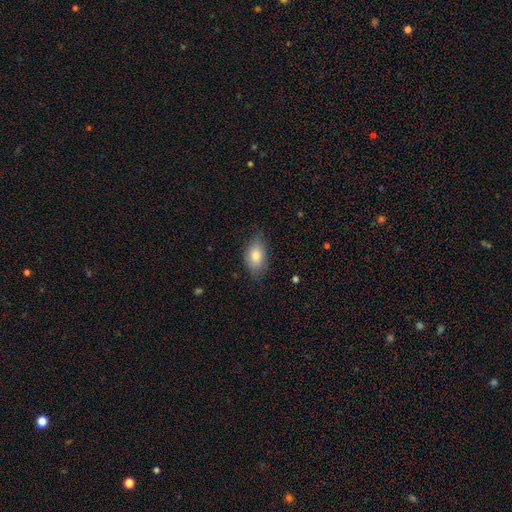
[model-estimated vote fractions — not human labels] Smooth or featured?
  - smooth: 79% *
  - featured or disk: 13%
  - star or artifact: 7%
How rounded?
  - in between: 90% *
  - round: 8%
  - cigar-shaped: 2%
Merging?
  - none: 75% *
  - minor disturbance: 21%
  - major disturbance: 4%
  - merger: 1%